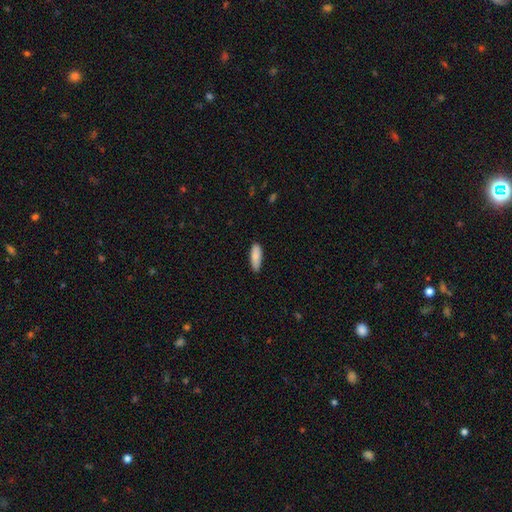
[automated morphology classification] The model was most divided on "how rounded": in between: 60%, cigar-shaped: 38%, round: 2%. More confident: smooth or featured — smooth (87%); merging — none (85%).